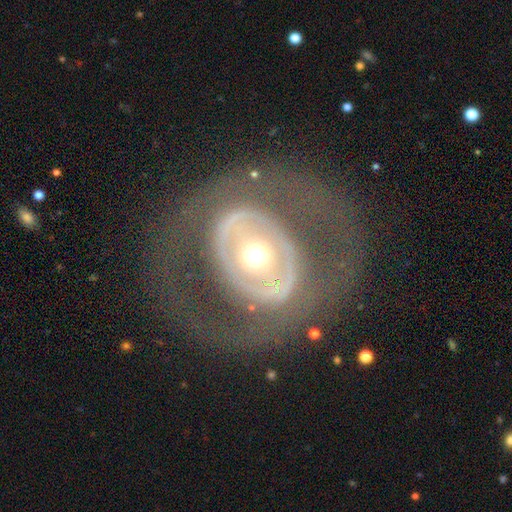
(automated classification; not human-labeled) Smooth or featured: featured or disk — 72% (smooth — 22%)
Edge-on disk: no — 94% (yes — 6%)
Bar: no — 73% (weak — 16%)
Spiral arms: no — 76% (yes — 24%)
Bulge size: moderate — 68% (small — 15%)
Merging: none — 74% (major disturbance — 14%)